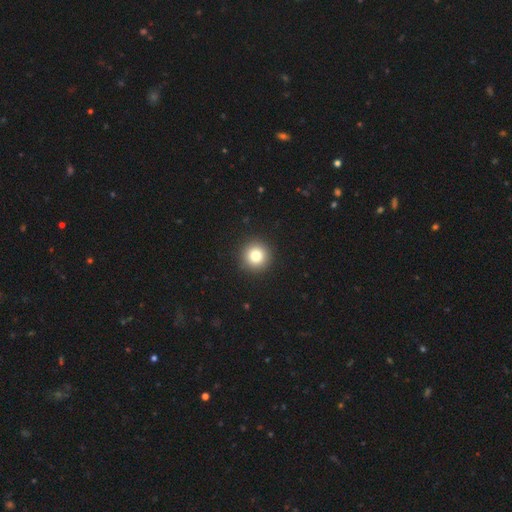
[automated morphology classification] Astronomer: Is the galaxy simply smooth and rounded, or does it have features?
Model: smooth — 81%.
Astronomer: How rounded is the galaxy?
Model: round — 96%.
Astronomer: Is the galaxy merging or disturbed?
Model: none — 93%.